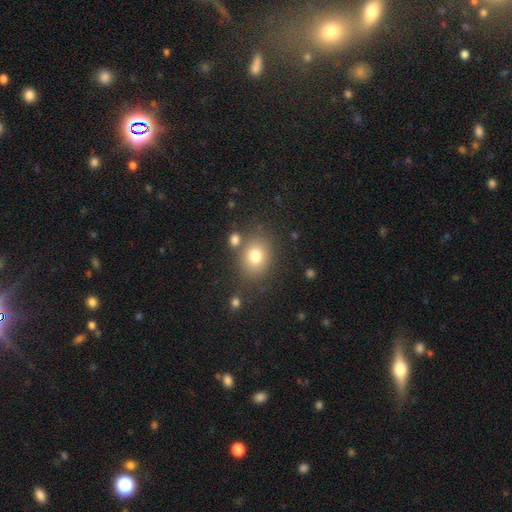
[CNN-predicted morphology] Smooth or featured? Predicted: smooth (p=0.63). How rounded? Predicted: round (p=0.66). Merging? Predicted: none (p=0.80).